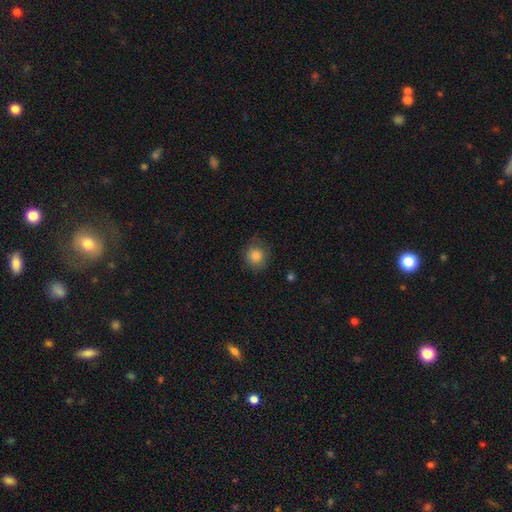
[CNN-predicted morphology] Smooth or featured? smooth (83%)
How rounded? round (83%)
Merging? none (76%)